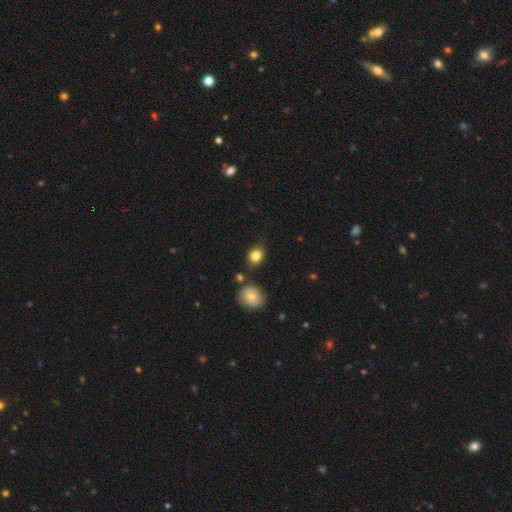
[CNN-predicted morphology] type=smooth (83%); roundness=round (50%); merging=none (80%).